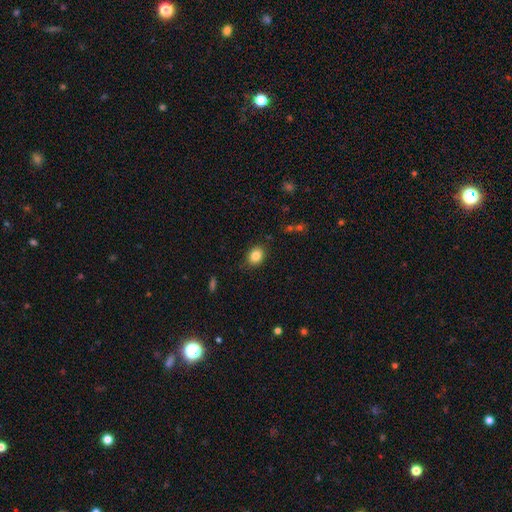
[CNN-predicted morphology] smooth-or-featured: smooth: 84% | star or artifact: 9% | featured or disk: 6%
  how-rounded: in between: 55% | round: 44% | cigar-shaped: 1%
  merging: none: 84% | minor disturbance: 12% | major disturbance: 3% | merger: 1%